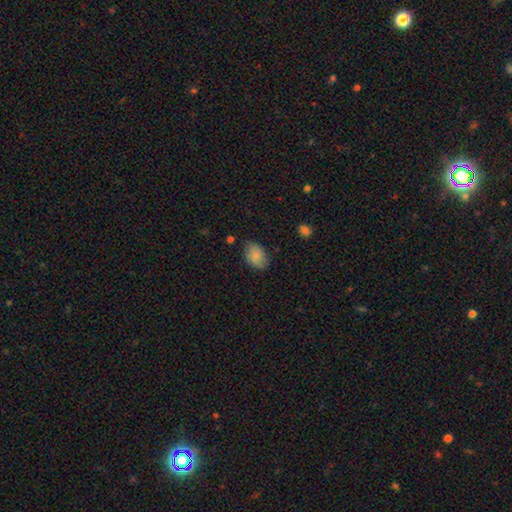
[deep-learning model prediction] This appears to be a smooth galaxy with no disk features (84%) that is in between round and cigar-shaped (84%). Merging: none (77%).